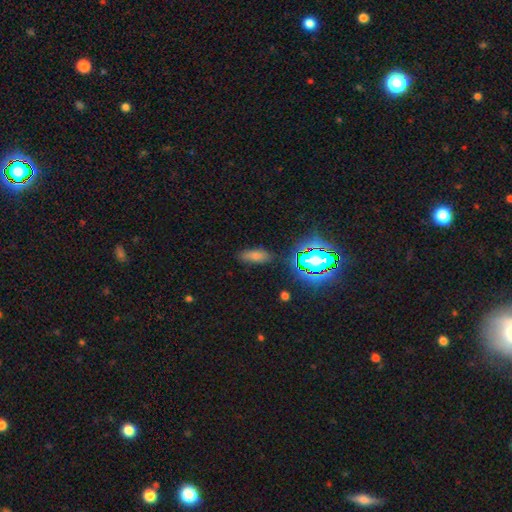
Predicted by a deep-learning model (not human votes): Overall: smooth (52%; star or artifact 34%). How rounded: in between (68%). Merging: none (82%).